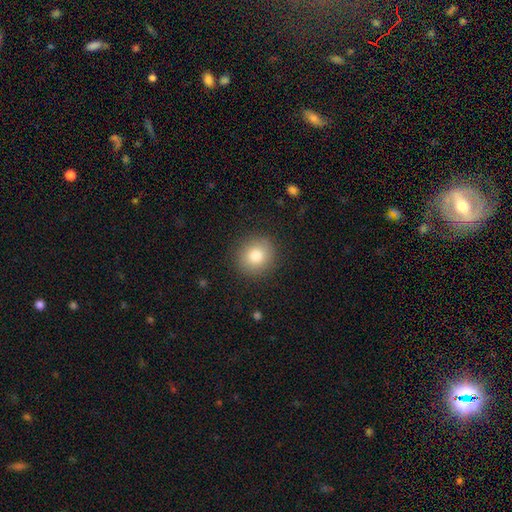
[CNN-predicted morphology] smooth-or-featured: smooth: 82% | star or artifact: 10% | featured or disk: 9%
  how-rounded: round: 88% | in between: 11% | cigar-shaped: 1%
  merging: none: 89% | minor disturbance: 7% | major disturbance: 3% | merger: 1%